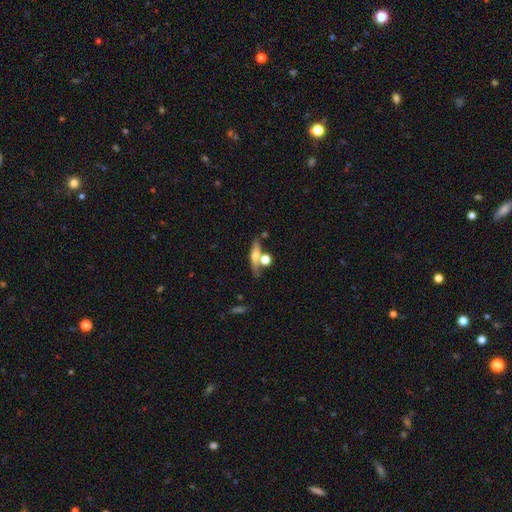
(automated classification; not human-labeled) smooth_or_featured: smooth (p=0.51) [alt: featured or disk p=0.39]
how_rounded: cigar-shaped (p=0.56) [alt: in between p=0.32]
merging: none (p=0.57) [alt: merger p=0.23]